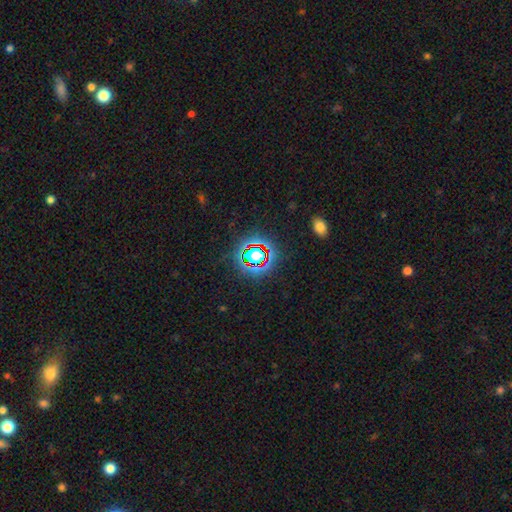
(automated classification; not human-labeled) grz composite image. It shows a star or artifact, not a galaxy (70%).